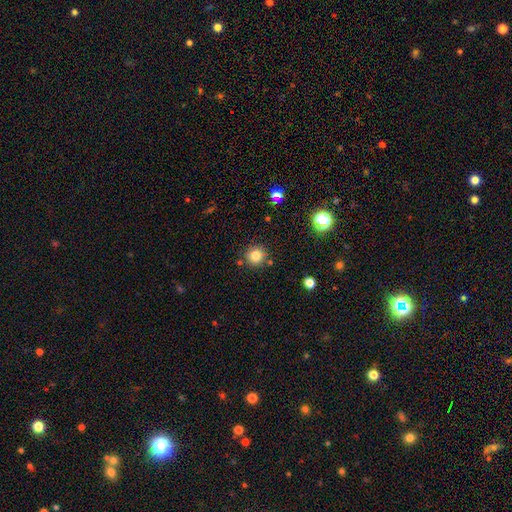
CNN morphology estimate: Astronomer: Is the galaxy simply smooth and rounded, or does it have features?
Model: smooth — 80%.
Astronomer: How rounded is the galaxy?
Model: round — 93%.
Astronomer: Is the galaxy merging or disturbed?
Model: none — 85%.